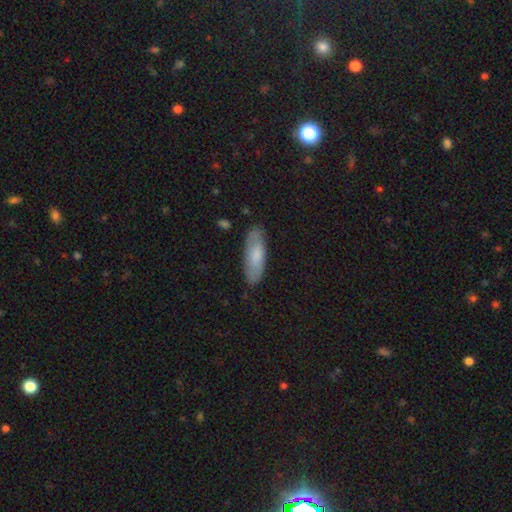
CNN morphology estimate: Smooth or featured? smooth (75%)
How rounded? in between (60%)
Merging? none (83%)